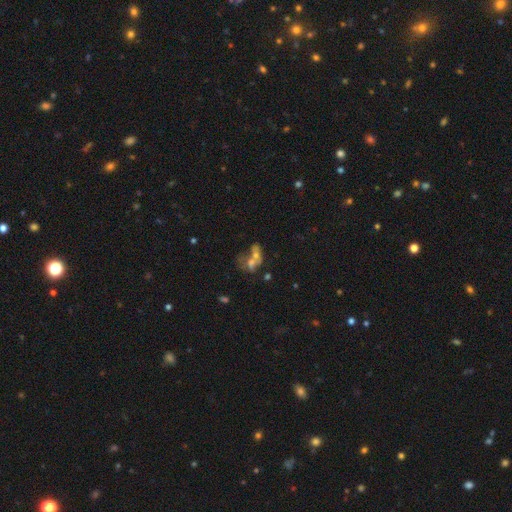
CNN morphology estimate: Smooth or featured: smooth — 46% (featured or disk — 36%)
Merging: merger — 61% (none — 19%)